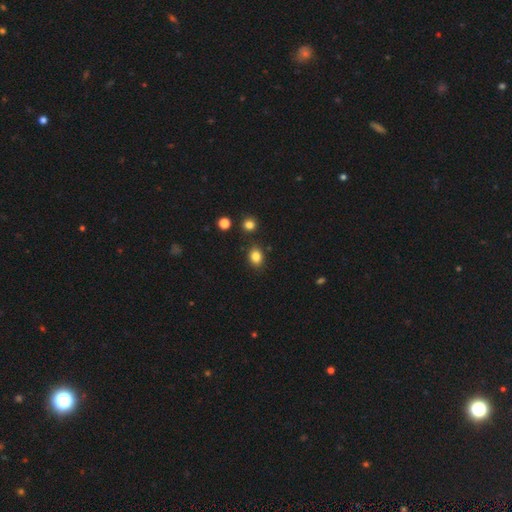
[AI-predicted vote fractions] Overall: smooth (84%). How rounded: in between (50%; round 49%). Merging: none (84%).